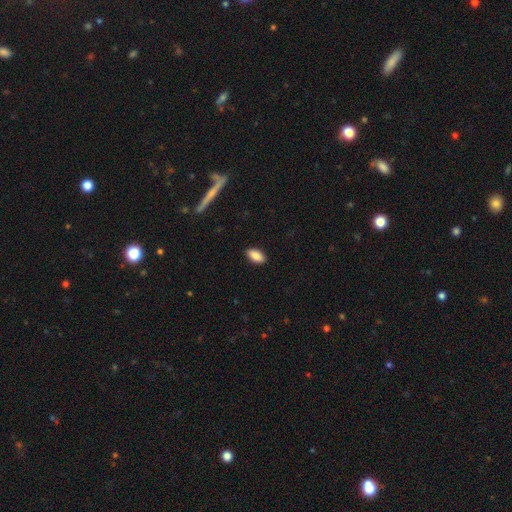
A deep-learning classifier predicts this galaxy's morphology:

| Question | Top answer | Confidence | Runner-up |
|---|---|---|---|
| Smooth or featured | smooth | 87% | star or artifact (7%) |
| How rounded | in between | 92% | cigar-shaped (5%) |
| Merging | none | 89% | minor disturbance (8%) |